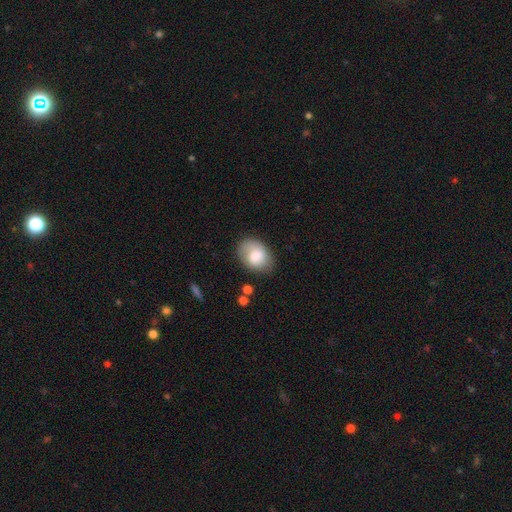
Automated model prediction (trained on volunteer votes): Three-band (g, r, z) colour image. It shows a smooth galaxy with no disk features (78%) that is in between round and cigar-shaped (76%). Merging: none (70%).